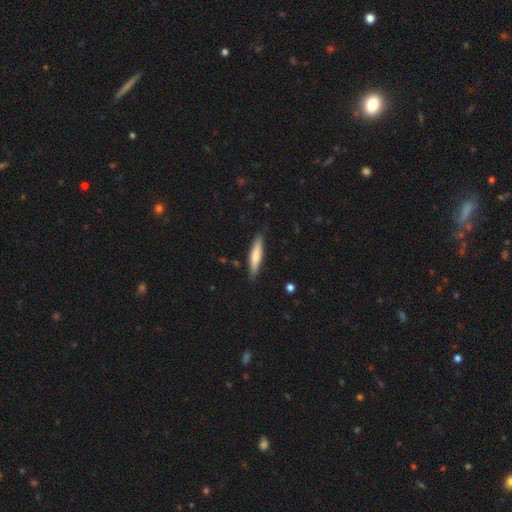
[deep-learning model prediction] smooth-or-featured: smooth: 73% | featured or disk: 22% | star or artifact: 5%
  how-rounded: cigar-shaped: 83% | in between: 15% | round: 1%
  merging: none: 86% | minor disturbance: 11% | major disturbance: 2% | merger: 1%